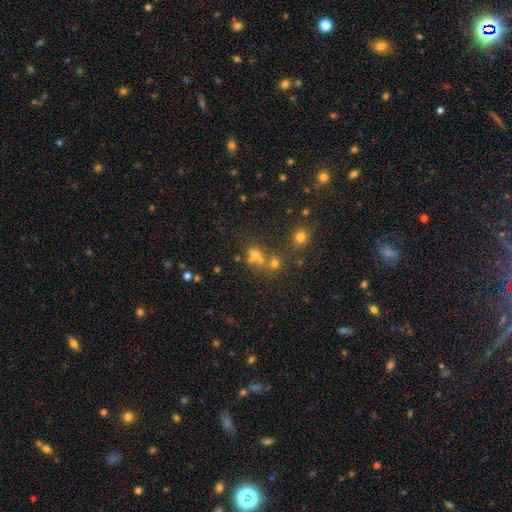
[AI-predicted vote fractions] smooth_or_featured: smooth (p=0.51) [alt: star or artifact p=0.32]
how_rounded: round (p=0.70) [alt: in between p=0.28]
merging: none (p=0.44) [alt: merger p=0.41]